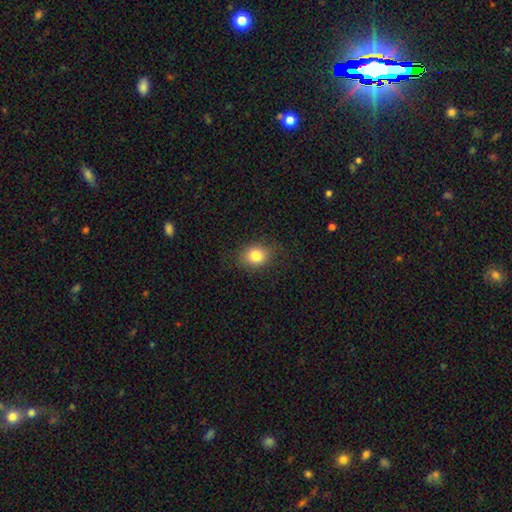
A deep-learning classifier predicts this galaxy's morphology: Smooth or featured: smooth — 81% (star or artifact — 11%)
How rounded: round — 54% (in between — 45%)
Merging: none — 82% (minor disturbance — 13%)